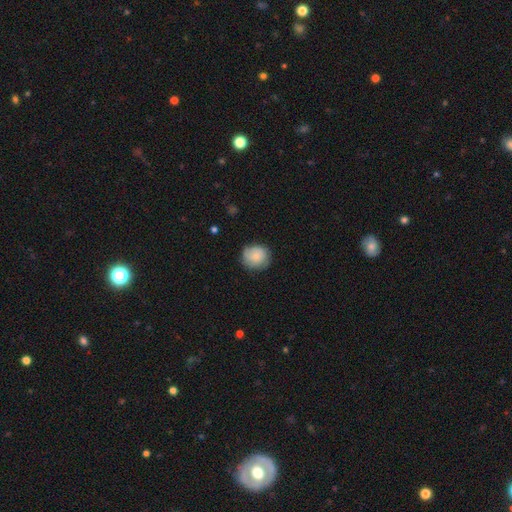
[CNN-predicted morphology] smooth-or-featured: smooth: 71% | featured or disk: 21% | star or artifact: 8%
  how-rounded: round: 84% | in between: 15% | cigar-shaped: 1%
  merging: none: 73% | minor disturbance: 21% | major disturbance: 5% | merger: 1%